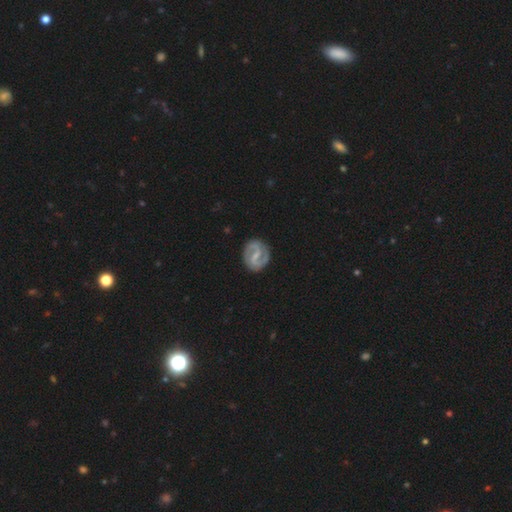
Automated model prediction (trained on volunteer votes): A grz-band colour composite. It shows a featured or disk galaxy (84%) with a weak bar (49%), 2 (91%) medium (51%) spiral arms (93%) and a small central bulge (52%). Merging: none (84%).